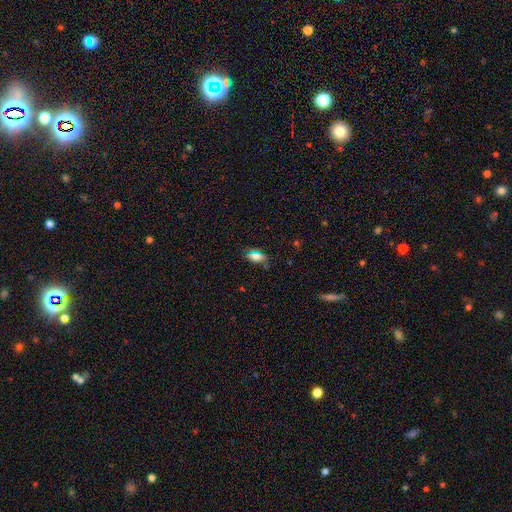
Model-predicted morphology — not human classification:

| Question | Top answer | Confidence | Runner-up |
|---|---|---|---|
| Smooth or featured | smooth | 64% | star or artifact (24%) |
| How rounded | in between | 82% | cigar-shaped (9%) |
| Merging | none | 78% | minor disturbance (15%) |